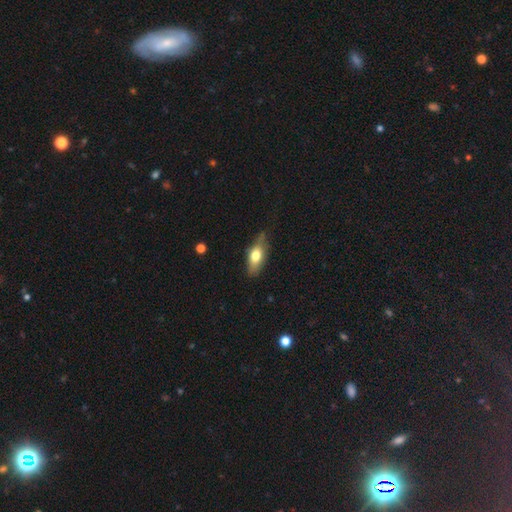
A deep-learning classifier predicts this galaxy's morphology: Smooth or featured: smooth — 69% (featured or disk — 24%)
How rounded: in between — 81% (cigar-shaped — 15%)
Merging: none — 63% (minor disturbance — 29%)